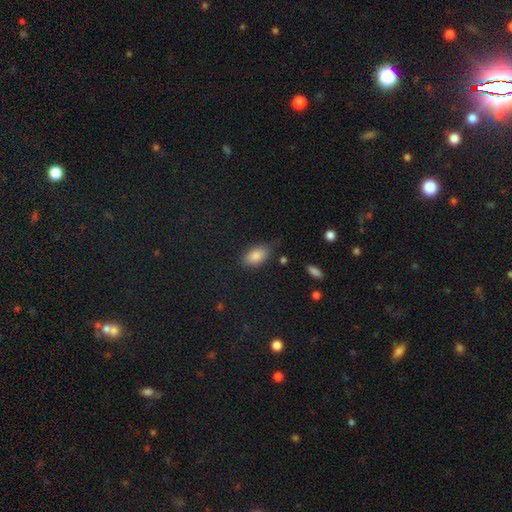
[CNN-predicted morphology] type=smooth (85%); roundness=in between (91%); merging=none (73%).